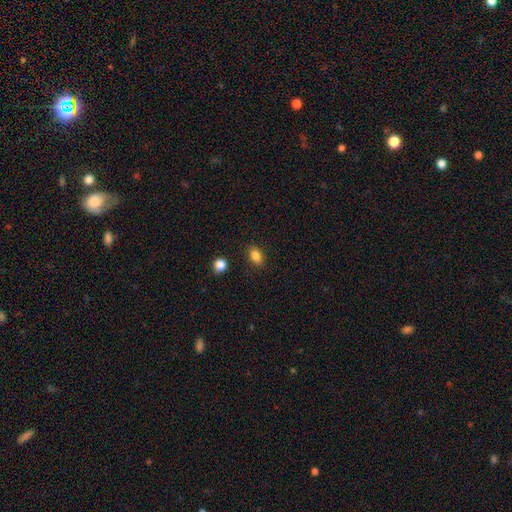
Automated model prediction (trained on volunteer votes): A smooth galaxy with no disk features (85%) that is in between round and cigar-shaped (82%).

Vote fractions:
- Smooth or featured? smooth: 85% / star or artifact: 9% / featured or disk: 6%
- How rounded? in between: 82% / round: 16% / cigar-shaped: 3%
- Merging? none: 86% / minor disturbance: 9% / major disturbance: 2% / merger: 2%